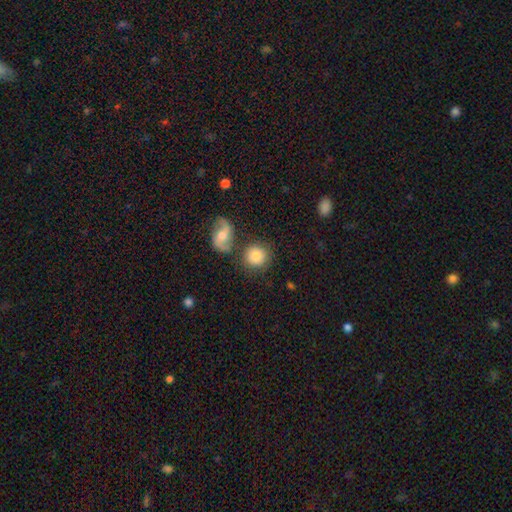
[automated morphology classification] This is likely a smooth galaxy (78%). How rounded: clearly round (87%). Merging: likely none (70%).